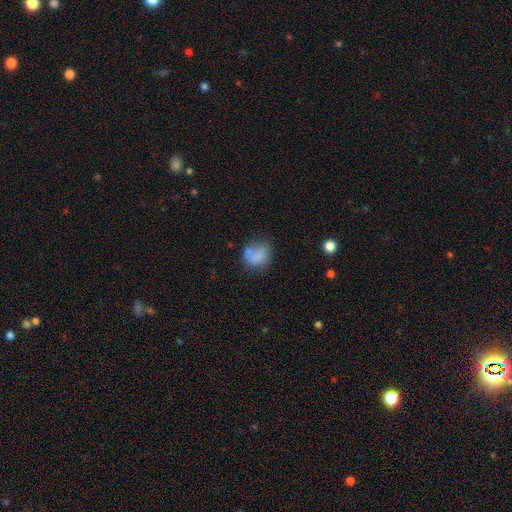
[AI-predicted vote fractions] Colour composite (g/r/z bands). It shows a smooth galaxy with no disk features (73%) that is round (51%). Merging: none (47%).